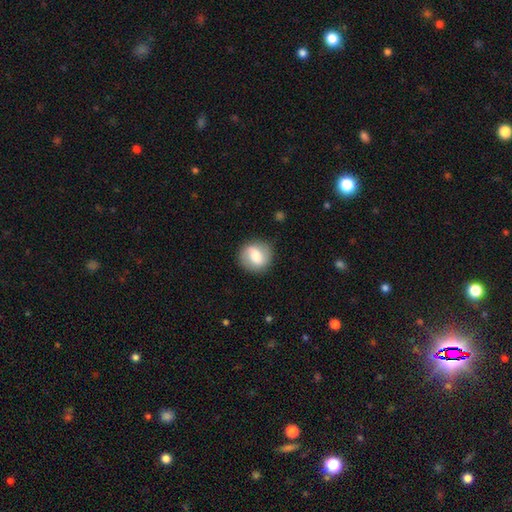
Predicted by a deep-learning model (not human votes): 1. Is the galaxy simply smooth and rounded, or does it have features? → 57% smooth, 36% featured or disk, 7% star or artifact.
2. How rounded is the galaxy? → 84% round, 15% in between, 1% cigar-shaped.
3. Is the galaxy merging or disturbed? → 85% none, 11% minor disturbance, 4% major disturbance, 1% merger.